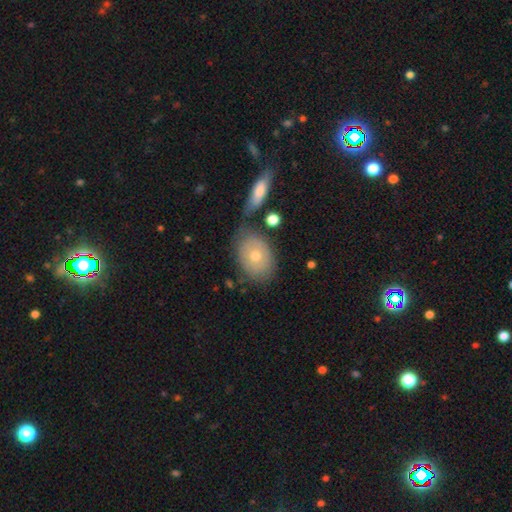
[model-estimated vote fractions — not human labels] Q: Smooth or featured?
A: smooth (60%); runner-up: featured or disk (32%)
Q: How rounded?
A: in between (75%); runner-up: round (23%)
Q: Merging?
A: none (69%); runner-up: minor disturbance (16%)